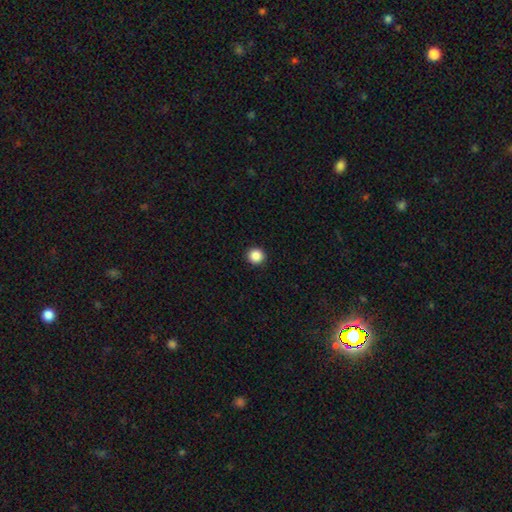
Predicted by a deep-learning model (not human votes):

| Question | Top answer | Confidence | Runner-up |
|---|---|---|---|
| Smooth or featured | smooth | 88% | star or artifact (10%) |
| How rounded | round | 95% | in between (4%) |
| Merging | none | 93% | minor disturbance (4%) |